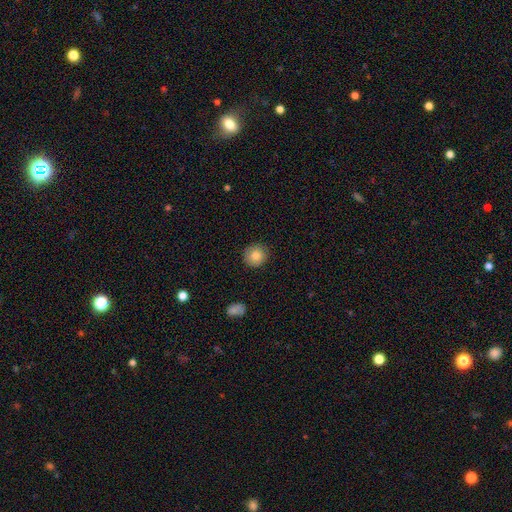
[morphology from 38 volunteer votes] Smooth or featured: smooth — 89% (featured or disk — 5%)
How rounded: round — 88% (in between — 12%)
Merging: none — 89% (minor disturbance — 11%)